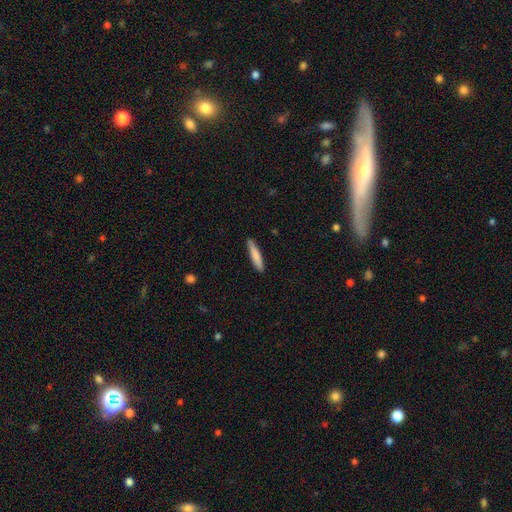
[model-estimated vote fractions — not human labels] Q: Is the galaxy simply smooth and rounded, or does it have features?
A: smooth — 81%.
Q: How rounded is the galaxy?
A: cigar-shaped — 90%.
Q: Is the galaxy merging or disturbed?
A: none — 87%.